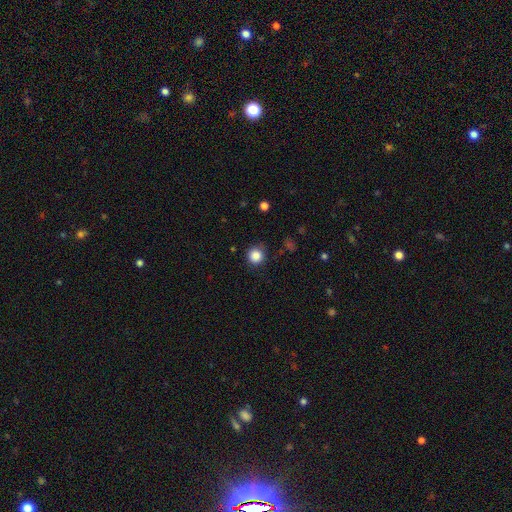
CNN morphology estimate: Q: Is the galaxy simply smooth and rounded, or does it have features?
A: smooth — 85%.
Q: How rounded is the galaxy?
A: round — 94%.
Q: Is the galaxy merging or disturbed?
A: none — 86%.